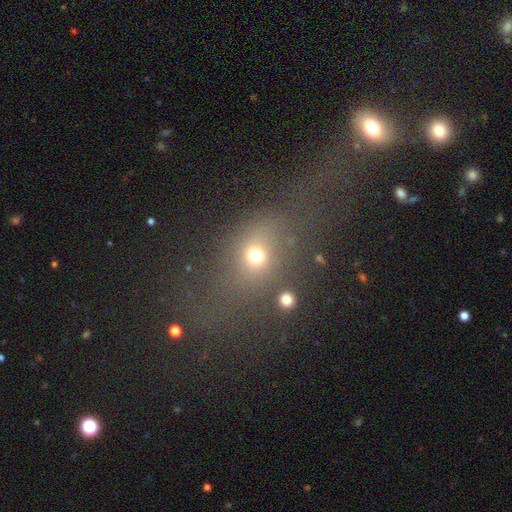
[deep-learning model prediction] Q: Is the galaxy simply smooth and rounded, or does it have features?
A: smooth — 63%.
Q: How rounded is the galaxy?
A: round — 51%.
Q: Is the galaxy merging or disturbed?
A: none — 62%.